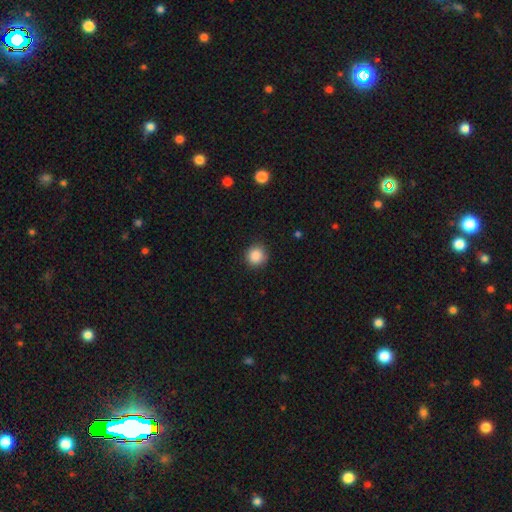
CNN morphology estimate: smooth_or_featured: smooth (p=0.88) [alt: star or artifact p=0.09]
how_rounded: round (p=0.93) [alt: in between p=0.07]
merging: none (p=0.87) [alt: minor disturbance p=0.10]